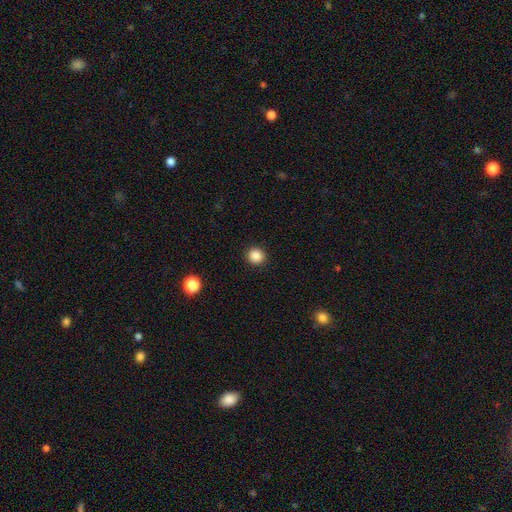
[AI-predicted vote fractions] Smooth or featured? Predicted: smooth (p=0.86). How rounded? Predicted: round (p=0.90). Merging? Predicted: none (p=0.92).